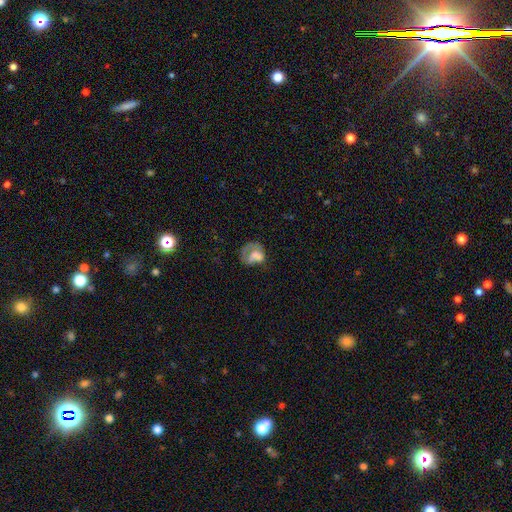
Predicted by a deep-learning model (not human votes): Smooth or featured: smooth — 48% (featured or disk — 42%)
Merging: major disturbance — 43% (none — 30%)